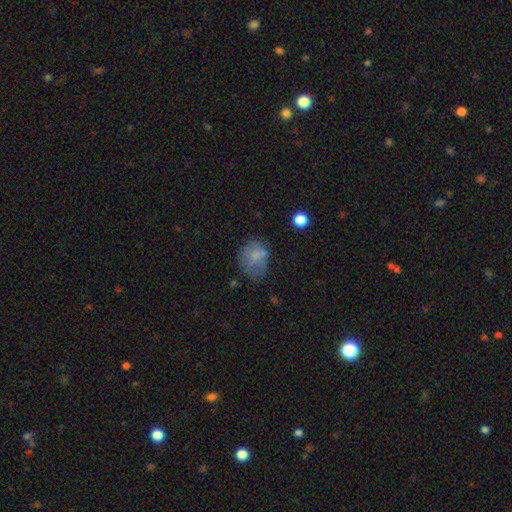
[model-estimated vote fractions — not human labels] This is likely a smooth galaxy (67%). How rounded: possibly in between (54%). Merging: marginally none (39%).